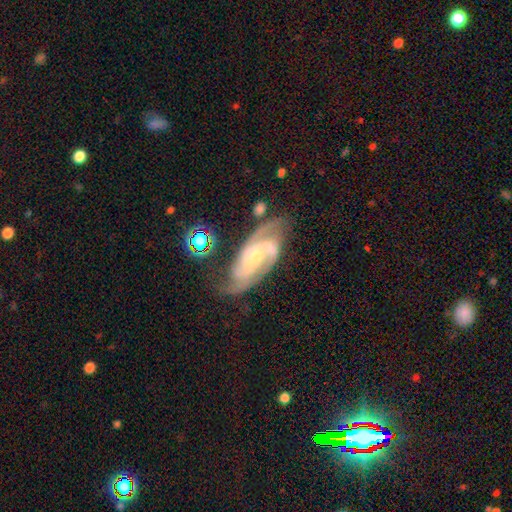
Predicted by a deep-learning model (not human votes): A featured or disk galaxy (89%) with a weak bar (40%), 2 (50%) medium (48%) spiral arms (98%) and a small central bulge (71%). Merging: none (67%).